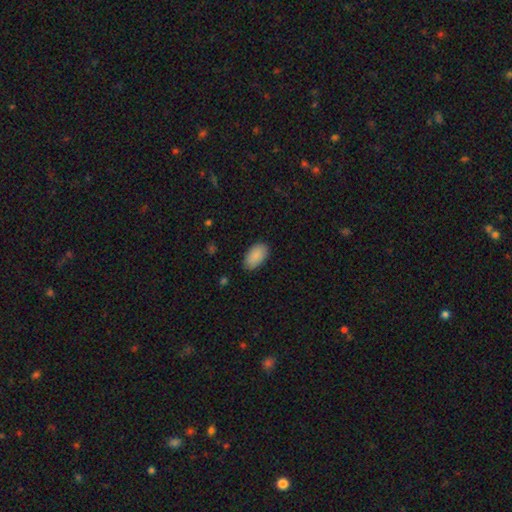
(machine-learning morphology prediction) Smooth or featured? Predicted: smooth (p=0.89). How rounded? Predicted: in between (p=0.95). Merging? Predicted: none (p=0.85).